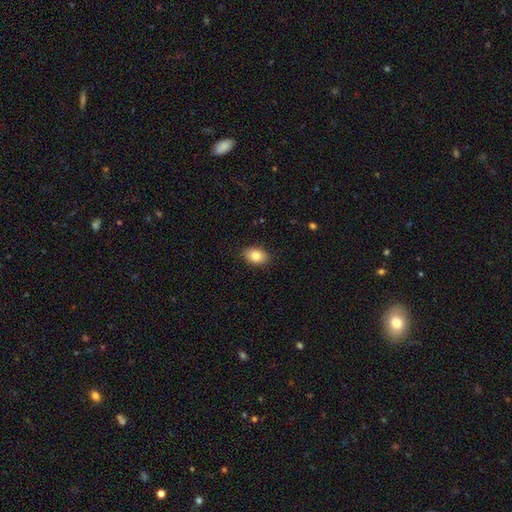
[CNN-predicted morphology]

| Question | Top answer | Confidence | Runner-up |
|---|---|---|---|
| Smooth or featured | smooth | 83% | featured or disk (9%) |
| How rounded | in between | 82% | round (17%) |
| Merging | none | 89% | minor disturbance (8%) |